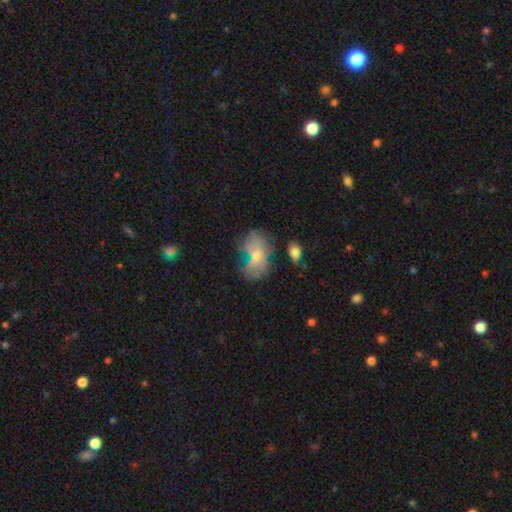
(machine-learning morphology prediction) smooth 44%, featured or disk 43%, star or artifact 13%. Down the decision tree: merging — none (43%).